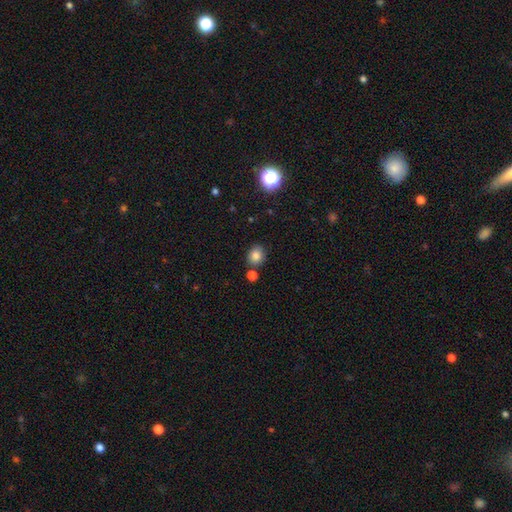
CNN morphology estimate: Smooth or featured? smooth (82%)
How rounded? round (56%)
Merging? none (74%)